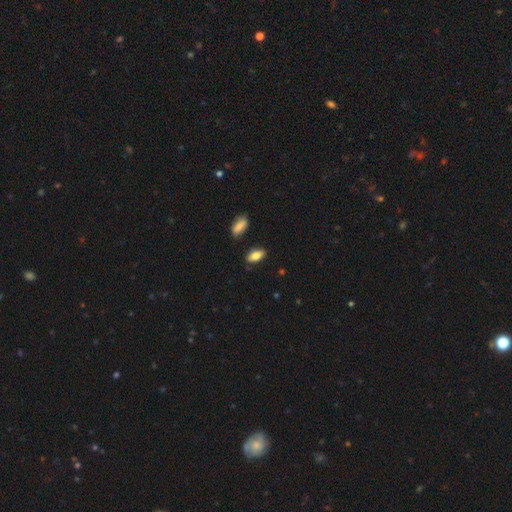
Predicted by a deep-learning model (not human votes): smooth-or-featured: smooth: 78% | featured or disk: 15% | star or artifact: 7%
  how-rounded: in between: 88% | cigar-shaped: 9% | round: 4%
  merging: none: 83% | minor disturbance: 12% | merger: 3% | major disturbance: 2%